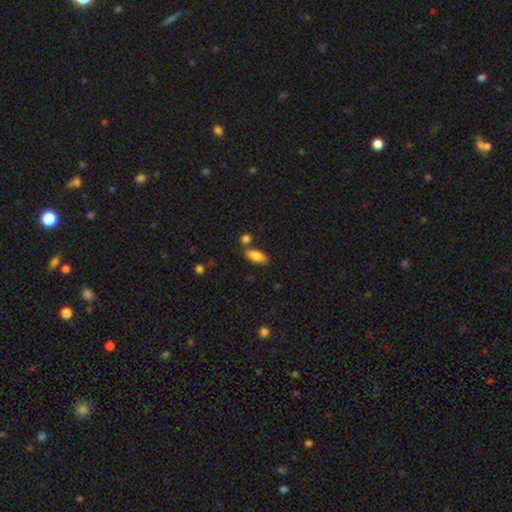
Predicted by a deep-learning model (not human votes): smooth_or_featured: smooth (p=0.82) [alt: featured or disk p=0.11]
how_rounded: in between (p=0.82) [alt: cigar-shaped p=0.15]
merging: none (p=0.68) [alt: merger p=0.15]